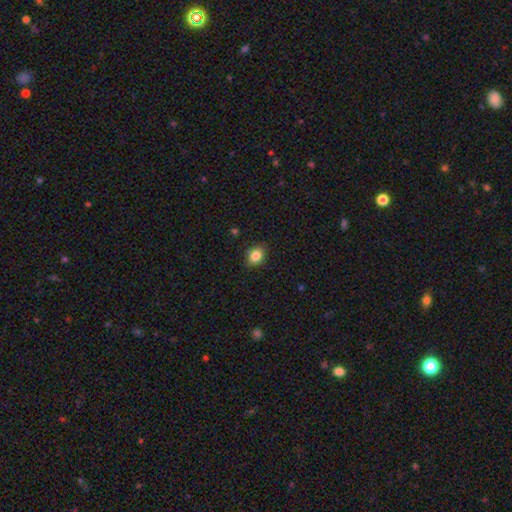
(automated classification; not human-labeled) A smooth galaxy with no disk features (84%) that is in between round and cigar-shaped (51%).

Vote fractions:
- Smooth or featured? smooth: 84% / star or artifact: 10% / featured or disk: 6%
- How rounded? in between: 51% / round: 48% / cigar-shaped: 1%
- Merging? none: 85% / minor disturbance: 11% / major disturbance: 2% / merger: 1%